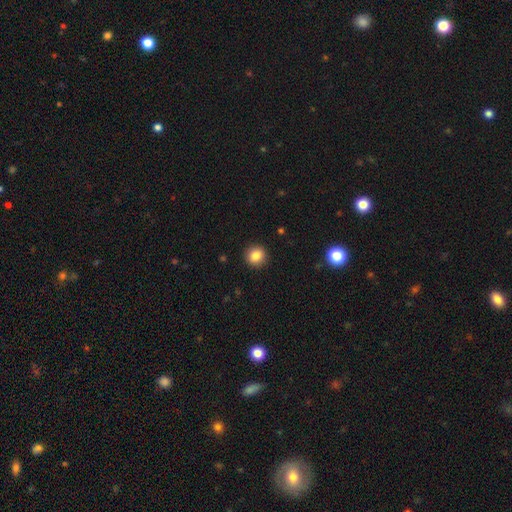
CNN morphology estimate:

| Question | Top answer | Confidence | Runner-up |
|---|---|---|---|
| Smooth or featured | smooth | 85% | star or artifact (10%) |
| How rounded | round | 91% | in between (8%) |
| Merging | none | 92% | minor disturbance (5%) |